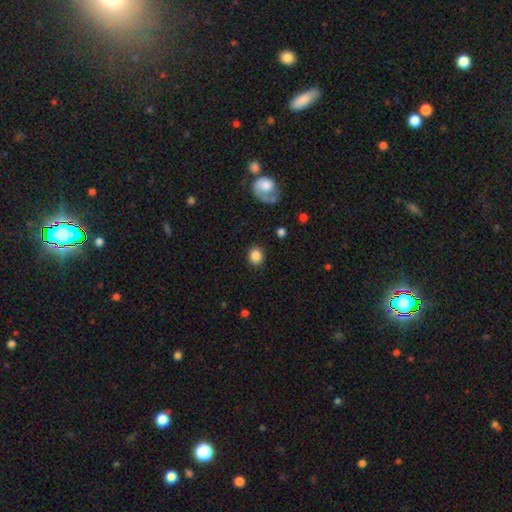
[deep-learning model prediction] Smooth or featured? smooth (84%)
How rounded? round (73%)
Merging? none (87%)